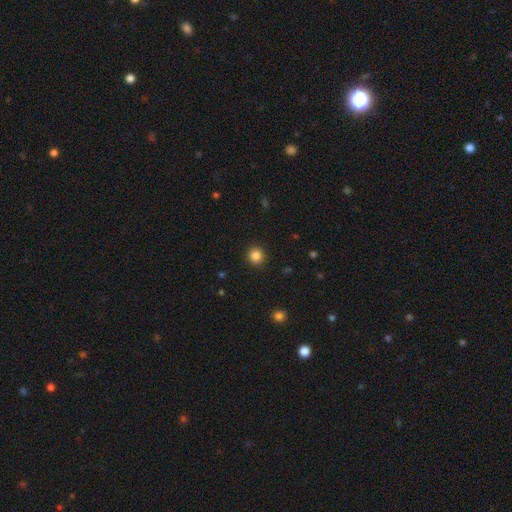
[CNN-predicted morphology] Q: Smooth or featured?
A: smooth (84%); runner-up: star or artifact (12%)
Q: How rounded?
A: round (92%); runner-up: in between (7%)
Q: Merging?
A: none (92%); runner-up: minor disturbance (5%)